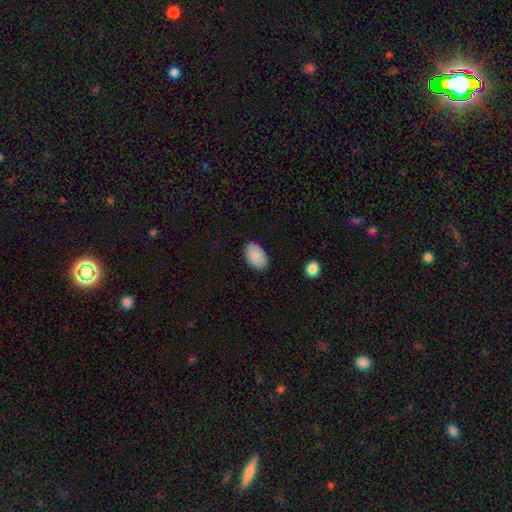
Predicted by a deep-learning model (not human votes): Overall: smooth (90%). How rounded: in between (92%). Merging: none (86%).